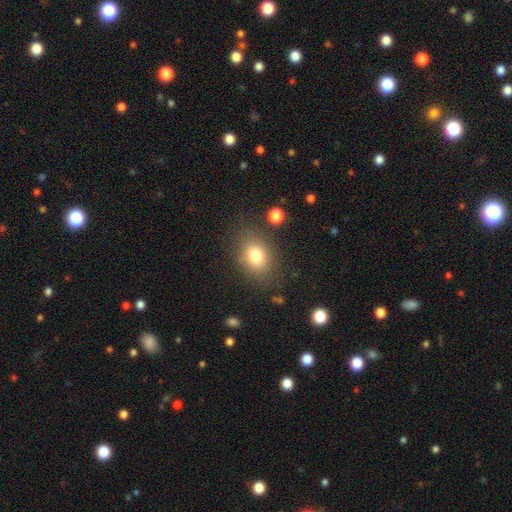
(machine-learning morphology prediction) A smooth galaxy with no disk features (79%) that is in between round and cigar-shaped (69%).

Vote fractions:
- Smooth or featured? smooth: 79% / star or artifact: 11% / featured or disk: 11%
- How rounded? in between: 69% / round: 30% / cigar-shaped: 1%
- Merging? none: 78% / minor disturbance: 13% / major disturbance: 6% / merger: 3%